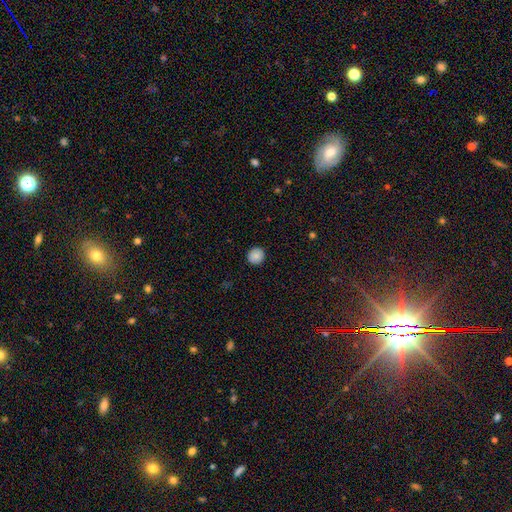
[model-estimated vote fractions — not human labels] Q: Smooth or featured?
A: smooth (87%); runner-up: star or artifact (9%)
Q: How rounded?
A: round (88%); runner-up: in between (11%)
Q: Merging?
A: none (90%); runner-up: minor disturbance (7%)